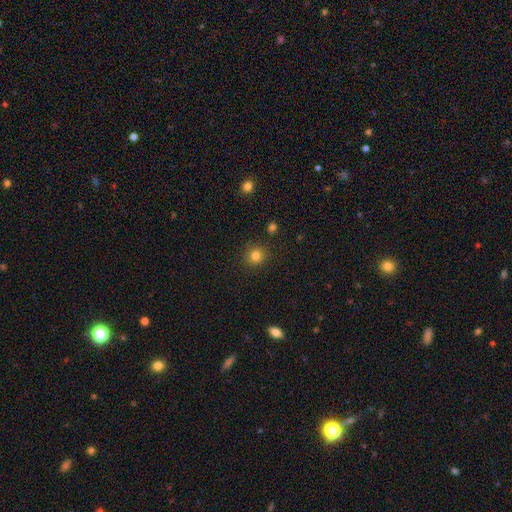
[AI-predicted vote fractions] Smooth or featured? Predicted: smooth (p=0.82). How rounded? Predicted: round (p=0.89). Merging? Predicted: none (p=0.88).